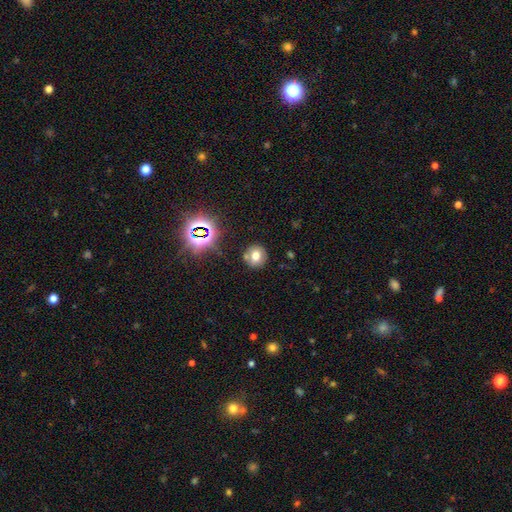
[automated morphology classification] smooth 66%, star or artifact 19%, featured or disk 16%. Down the decision tree: how rounded — round (87%); merging — none (78%).